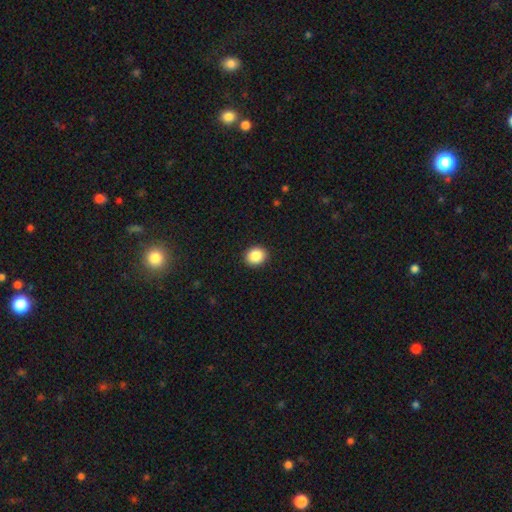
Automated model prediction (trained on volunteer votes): A smooth galaxy with no disk features (88%) that is round (70%).

Vote fractions:
- Smooth or featured? smooth: 88% / star or artifact: 9% / featured or disk: 4%
- How rounded? round: 70% / in between: 29% / cigar-shaped: 1%
- Merging? none: 92% / minor disturbance: 6% / major disturbance: 2% / merger: 1%